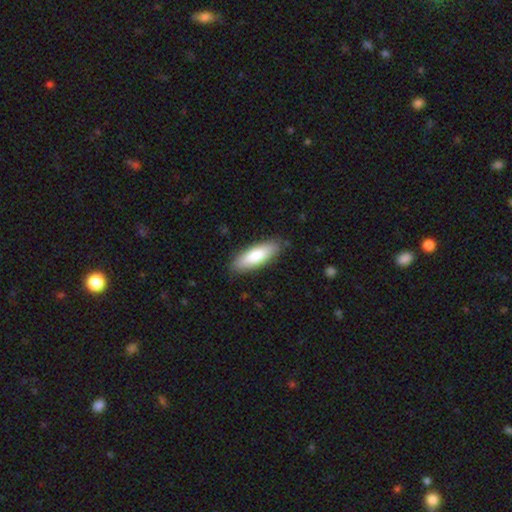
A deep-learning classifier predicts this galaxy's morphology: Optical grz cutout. It shows a smooth galaxy with no disk features (81%) that is in between round and cigar-shaped (56%). Merging: none (87%).